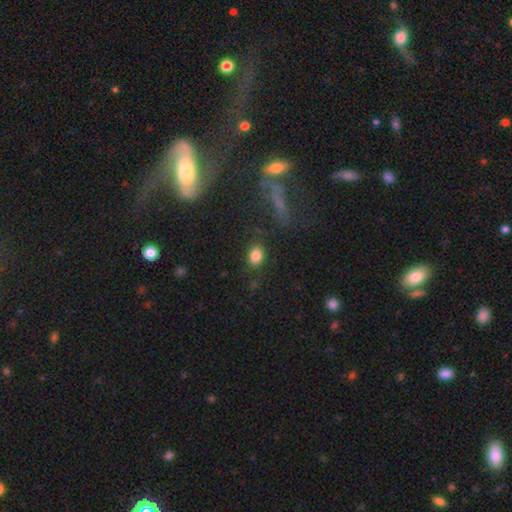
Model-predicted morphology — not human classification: A smooth galaxy with no disk features (84%) that is in between round and cigar-shaped (71%).

Vote fractions:
- Smooth or featured? smooth: 84% / star or artifact: 10% / featured or disk: 6%
- How rounded? in between: 71% / round: 27% / cigar-shaped: 2%
- Merging? none: 82% / minor disturbance: 12% / major disturbance: 4% / merger: 2%